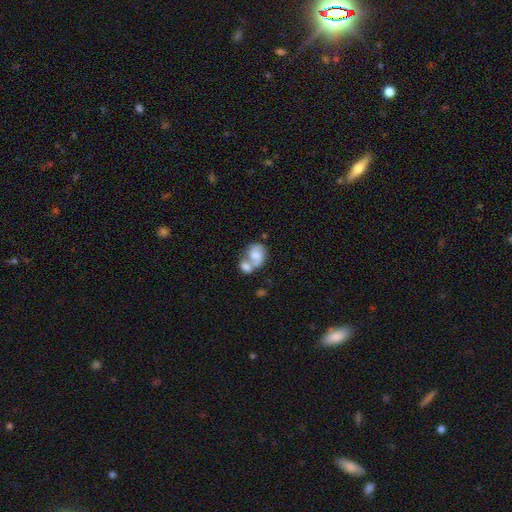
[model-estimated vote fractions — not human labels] Morphology: type=smooth (54%); roundness=in between (63%); merging=merger (69%).